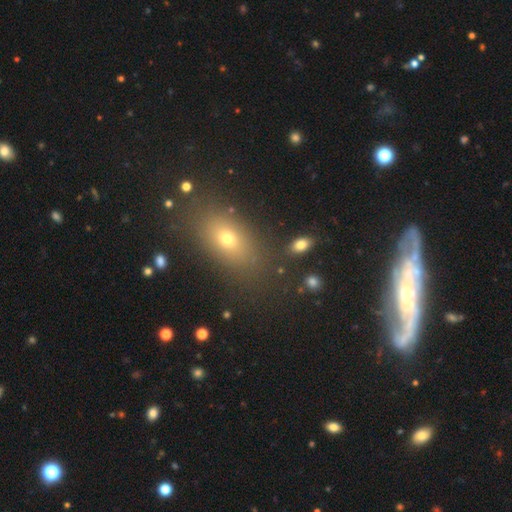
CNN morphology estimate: Q: Smooth or featured?
A: smooth (47%); runner-up: featured or disk (30%)
Q: Merging?
A: none (81%); runner-up: minor disturbance (11%)